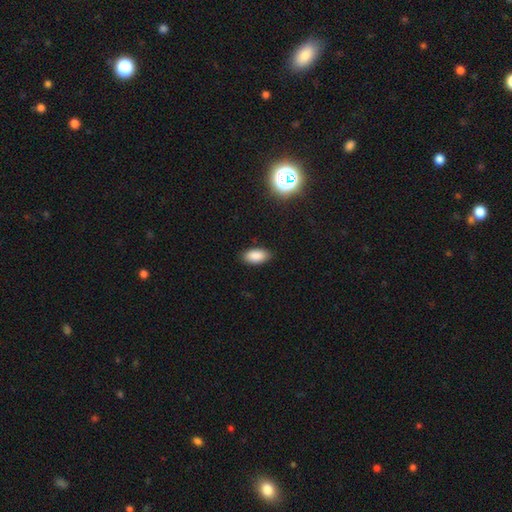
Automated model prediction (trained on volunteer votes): This is clearly a smooth galaxy (87%). How rounded: clearly in between (93%). Merging: clearly none (88%).